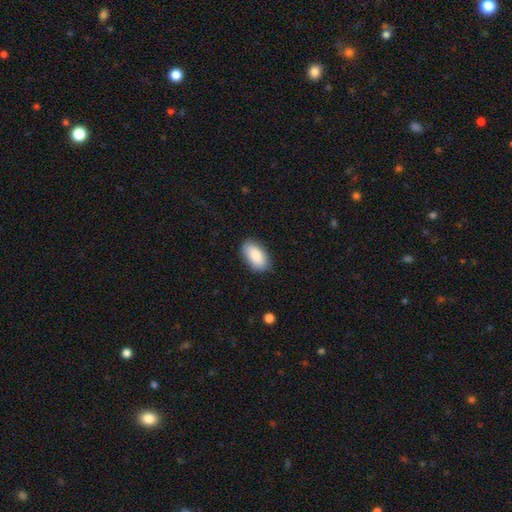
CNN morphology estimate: smooth 88%, featured or disk 6%, star or artifact 6%. Down the decision tree: how rounded — in between (94%); merging — none (84%).